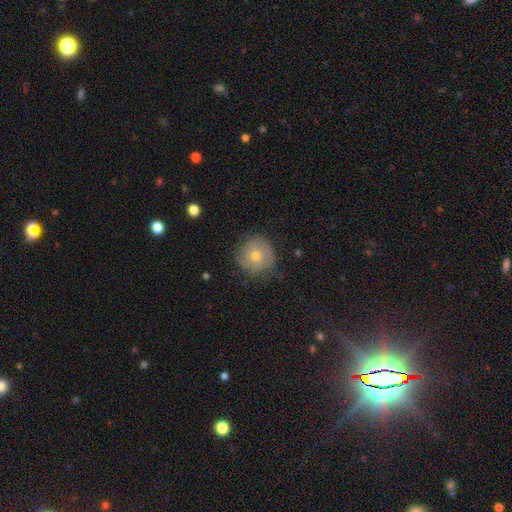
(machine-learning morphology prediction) Q: Smooth or featured?
A: smooth (58%); runner-up: featured or disk (31%)
Q: How rounded?
A: round (93%); runner-up: in between (6%)
Q: Merging?
A: none (78%); runner-up: minor disturbance (16%)